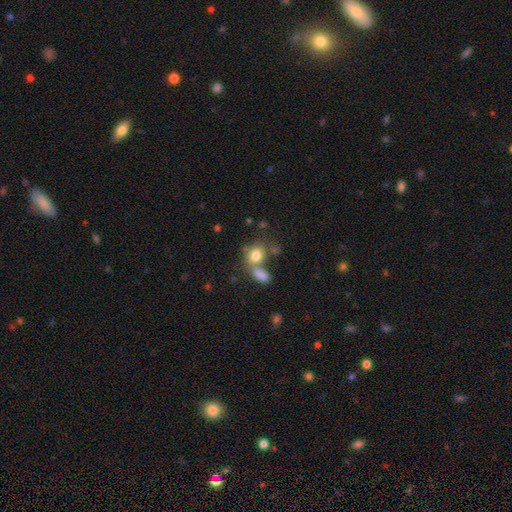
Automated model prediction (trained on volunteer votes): smooth-or-featured: smooth: 80% | star or artifact: 10% | featured or disk: 10%
  how-rounded: round: 50% | in between: 48% | cigar-shaped: 2%
  merging: none: 45% | merger: 36% | minor disturbance: 12% | major disturbance: 7%